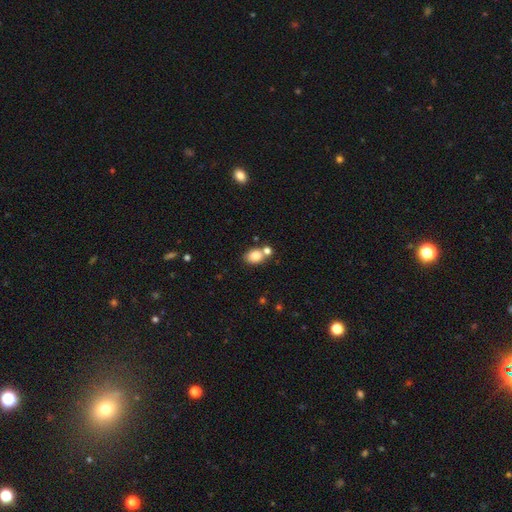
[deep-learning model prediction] A smooth galaxy with no disk features (82%) that is in between round and cigar-shaped (66%).

Vote fractions:
- Smooth or featured? smooth: 82% / star or artifact: 10% / featured or disk: 8%
- How rounded? in between: 66% / round: 33% / cigar-shaped: 1%
- Merging? none: 57% / merger: 27% / minor disturbance: 12% / major disturbance: 4%